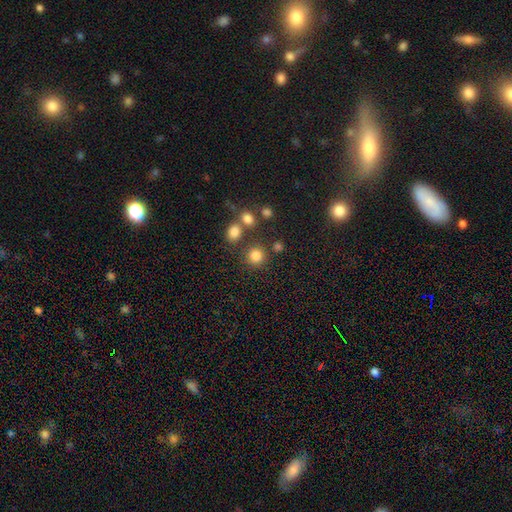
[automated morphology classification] Smooth or featured? Predicted: smooth (p=0.81). How rounded? Predicted: round (p=0.90). Merging? Predicted: none (p=0.76).